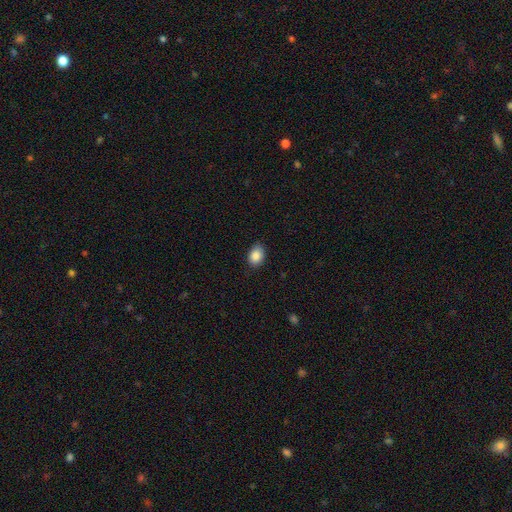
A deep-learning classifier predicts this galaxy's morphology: This is clearly a smooth galaxy (88%). How rounded: likely in between (76%). Merging: clearly none (83%).